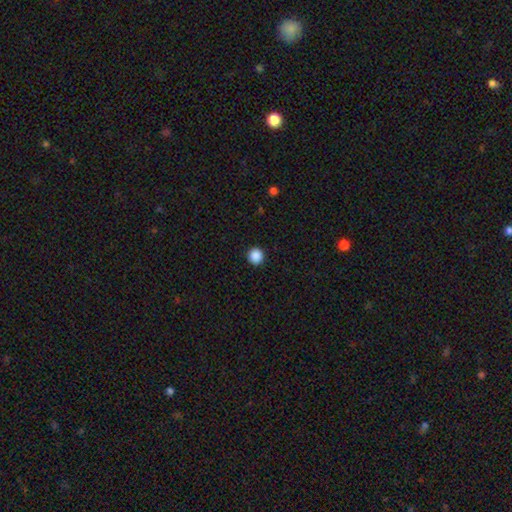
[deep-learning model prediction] smooth-or-featured: smooth: 88% | star or artifact: 10% | featured or disk: 2%
  how-rounded: round: 94% | in between: 5% | cigar-shaped: 1%
  merging: none: 93% | minor disturbance: 4% | major disturbance: 2% | merger: 1%